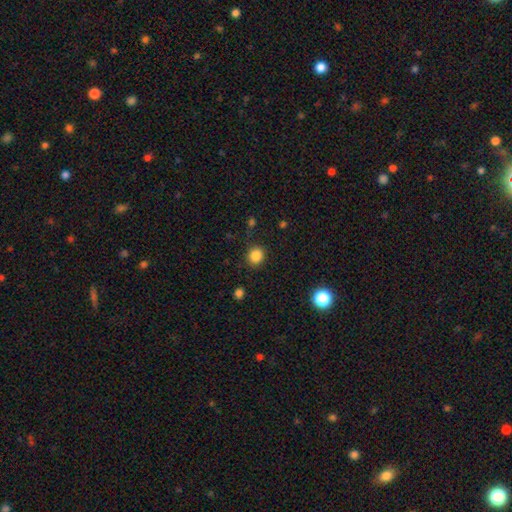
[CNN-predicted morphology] Smooth or featured?
  - smooth: 85% *
  - star or artifact: 11%
  - featured or disk: 4%
How rounded?
  - round: 85% *
  - in between: 14%
  - cigar-shaped: 1%
Merging?
  - none: 86% *
  - minor disturbance: 9%
  - major disturbance: 3%
  - merger: 2%